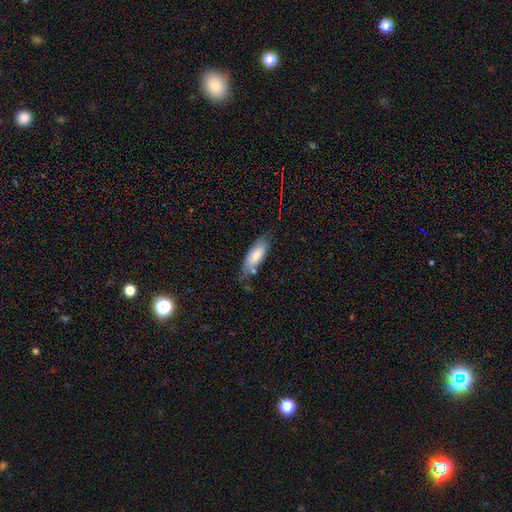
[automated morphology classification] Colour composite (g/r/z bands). It shows a smooth galaxy with no disk features (75%) that is in between round and cigar-shaped (73%). Merging: none (59%).